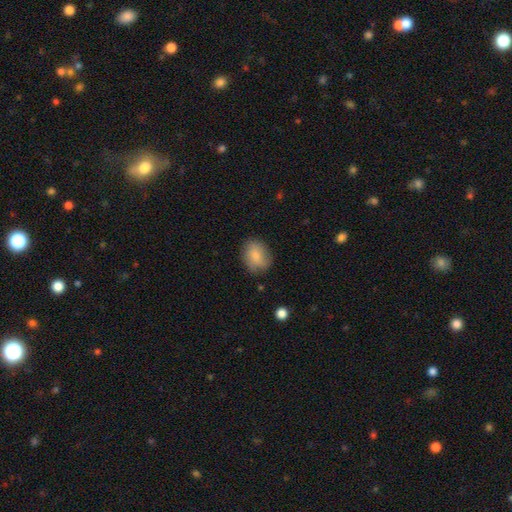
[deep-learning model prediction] Morphology: type=smooth (80%); roundness=in between (52%); merging=none (78%).